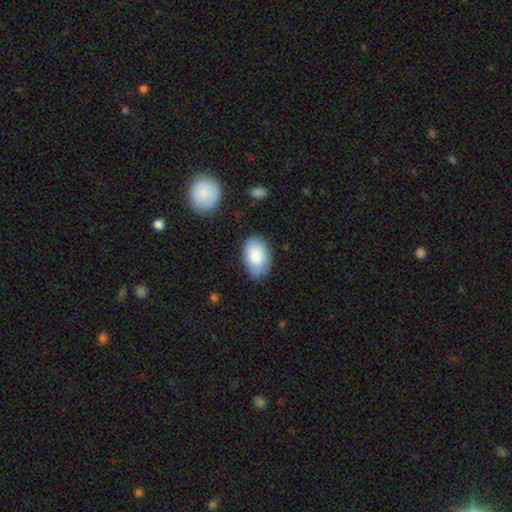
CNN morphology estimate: This appears to be a smooth galaxy with no disk features (85%) that is in between round and cigar-shaped (92%). Merging: none (76%).